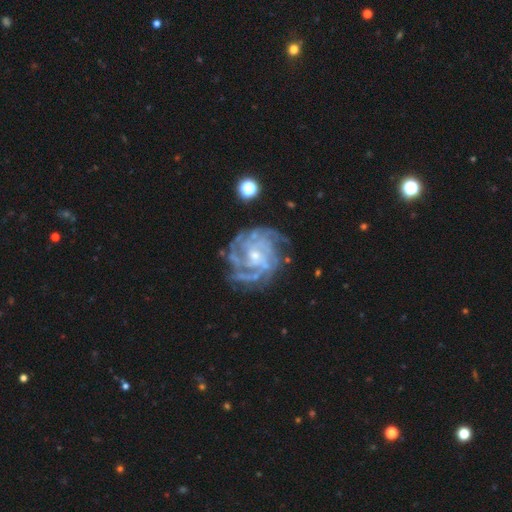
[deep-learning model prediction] Smooth or featured?
  - featured or disk: 89% *
  - star or artifact: 6%
  - smooth: 5%
Edge-on disk?
  - no: 98% *
  - yes: 2%
Bar?
  - no: 61% *
  - weak: 31%
  - strong: 8%
Spiral arms?
  - yes: 97% *
  - no: 3%
Spiral winding?
  - tight: 66% *
  - medium: 28%
  - loose: 5%
Spiral arm count?
  - 4: 26% *
  - can't tell: 25%
  - 3: 18%
  - more than 4: 13%
  - 2: 11%
  - 1: 7%
Bulge size?
  - small: 62% *
  - moderate: 32%
  - none: 3%
  - large: 2%
  - dominant: 1%
Merging?
  - none: 73% *
  - minor disturbance: 17%
  - major disturbance: 9%
  - merger: 2%